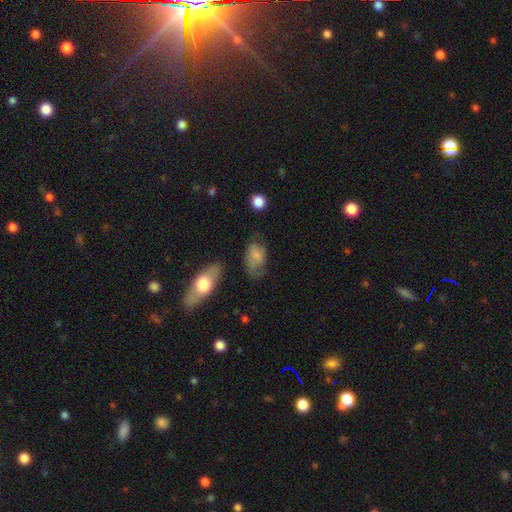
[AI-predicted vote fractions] Q: Smooth or featured?
A: smooth (65%); runner-up: featured or disk (26%)
Q: How rounded?
A: in between (87%); runner-up: round (11%)
Q: Merging?
A: none (43%); runner-up: minor disturbance (31%)